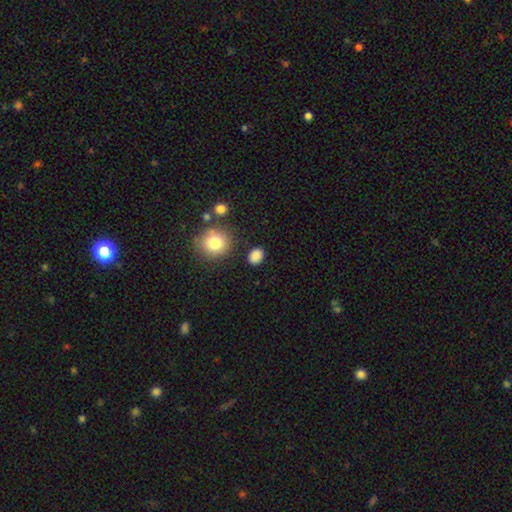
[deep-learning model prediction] Smooth or featured?
  - smooth: 85% *
  - star or artifact: 11%
  - featured or disk: 4%
How rounded?
  - in between: 53% *
  - round: 46%
  - cigar-shaped: 1%
Merging?
  - none: 84% *
  - minor disturbance: 10%
  - major disturbance: 3%
  - merger: 3%